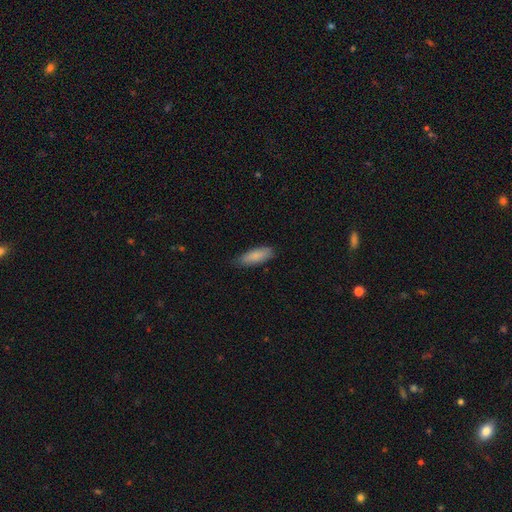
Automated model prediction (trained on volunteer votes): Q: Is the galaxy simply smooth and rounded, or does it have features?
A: smooth — 86%.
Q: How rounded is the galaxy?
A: in between — 66%.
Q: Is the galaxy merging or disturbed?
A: none — 79%.